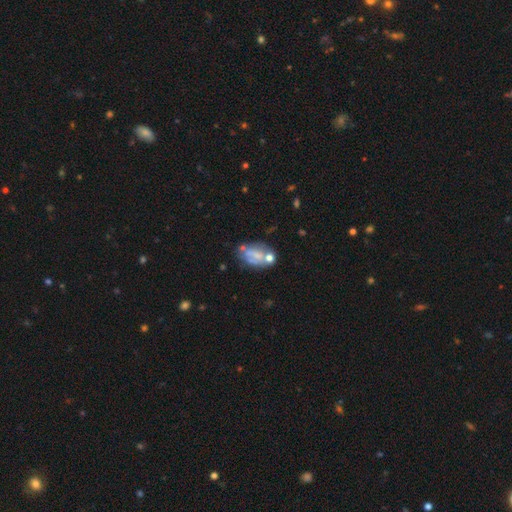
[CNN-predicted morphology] smooth-or-featured: smooth: 44% (tied) | featured or disk: 44% (tied) | star or artifact: 11%
  merging: none: 37% | merger: 24% | minor disturbance: 23% | major disturbance: 16%